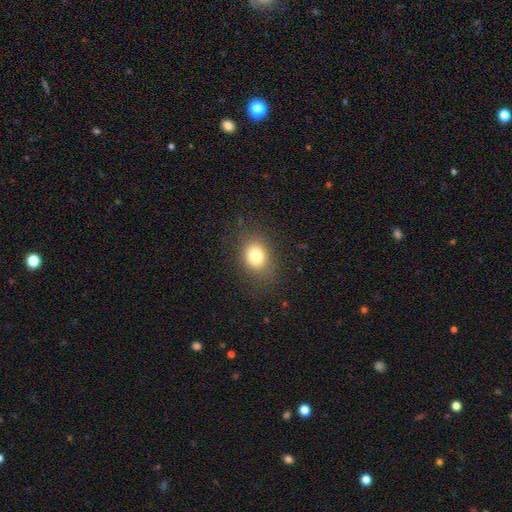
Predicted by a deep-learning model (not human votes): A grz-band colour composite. It shows a smooth galaxy with no disk features (78%) that is in between round and cigar-shaped (50%). Merging: none (82%).